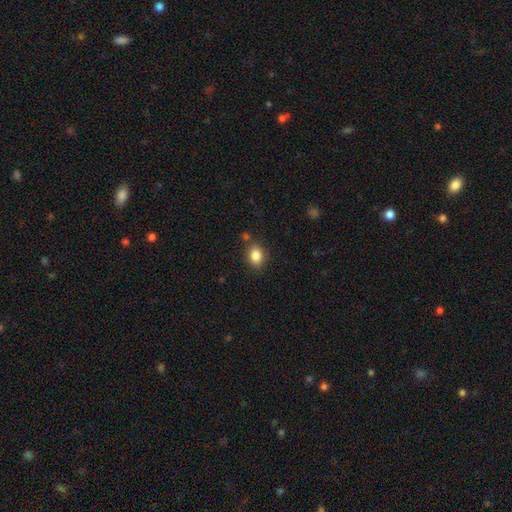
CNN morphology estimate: Smooth or featured: smooth — 85% (star or artifact — 9%)
How rounded: in between — 68% (round — 31%)
Merging: none — 79% (minor disturbance — 12%)